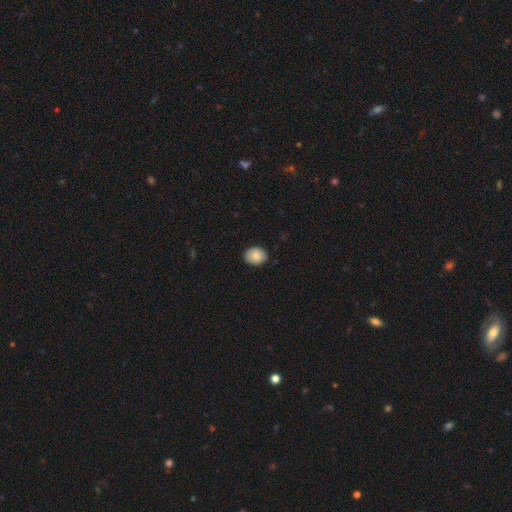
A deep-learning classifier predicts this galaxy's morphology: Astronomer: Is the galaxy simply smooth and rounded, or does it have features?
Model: smooth — 86%.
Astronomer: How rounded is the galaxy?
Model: in between — 54% (runner-up: round, 46%).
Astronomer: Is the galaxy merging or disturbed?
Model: none — 87%.